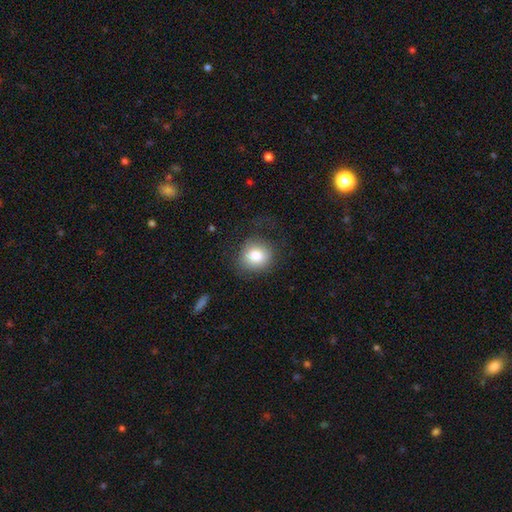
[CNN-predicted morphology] Overall: smooth (81%). How rounded: round (78%). Merging: none (73%).